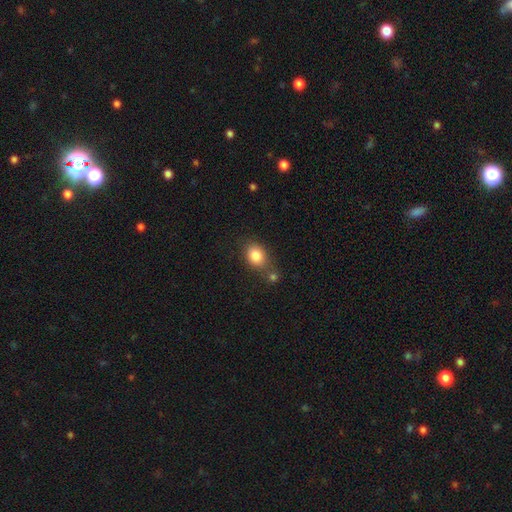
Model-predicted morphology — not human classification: smooth_or_featured: smooth (p=0.83) [alt: star or artifact p=0.09]
how_rounded: in between (p=0.63) [alt: round p=0.36]
merging: none (p=0.58) [alt: merger p=0.22]